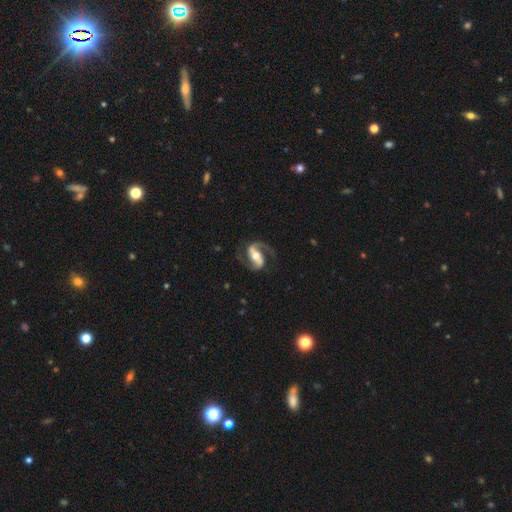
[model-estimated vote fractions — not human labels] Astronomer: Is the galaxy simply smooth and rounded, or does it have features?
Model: featured or disk — 90%.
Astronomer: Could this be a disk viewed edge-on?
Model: no — 96%.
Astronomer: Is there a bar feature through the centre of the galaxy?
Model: strong — 54%.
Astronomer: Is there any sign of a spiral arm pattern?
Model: yes — 97%.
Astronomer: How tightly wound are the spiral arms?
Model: medium — 53% (runner-up: loose, 32%).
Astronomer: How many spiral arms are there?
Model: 2 — 91%.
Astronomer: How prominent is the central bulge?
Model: moderate — 64%.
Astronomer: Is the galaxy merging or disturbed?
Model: none — 76%.